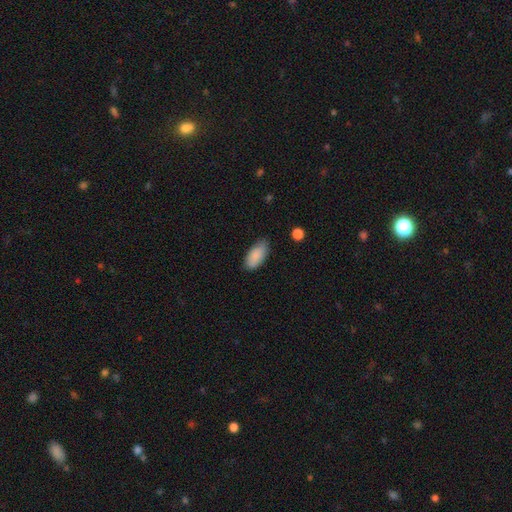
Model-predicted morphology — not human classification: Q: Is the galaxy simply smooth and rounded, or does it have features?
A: smooth — 86%.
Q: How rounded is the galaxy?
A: in between — 91%.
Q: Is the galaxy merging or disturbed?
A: none — 75%.